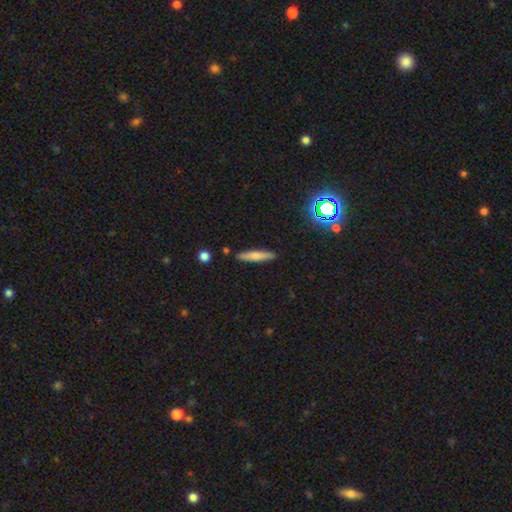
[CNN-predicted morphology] smooth 68%, featured or disk 23%, star or artifact 8%. Down the decision tree: how rounded — cigar-shaped (87%); merging — none (88%).